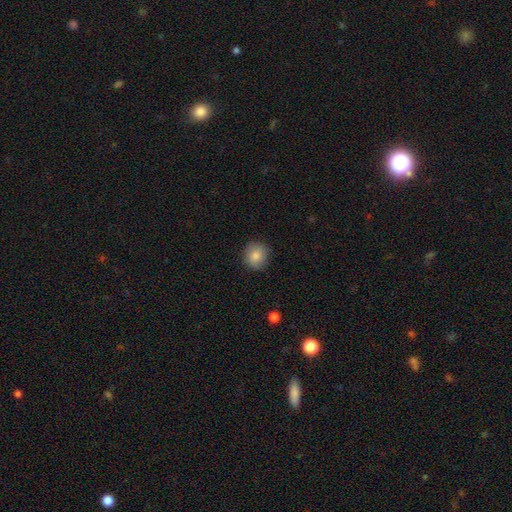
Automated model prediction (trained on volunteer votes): Smooth or featured? Predicted: smooth (p=0.85). How rounded? Predicted: round (p=0.87). Merging? Predicted: none (p=0.86).